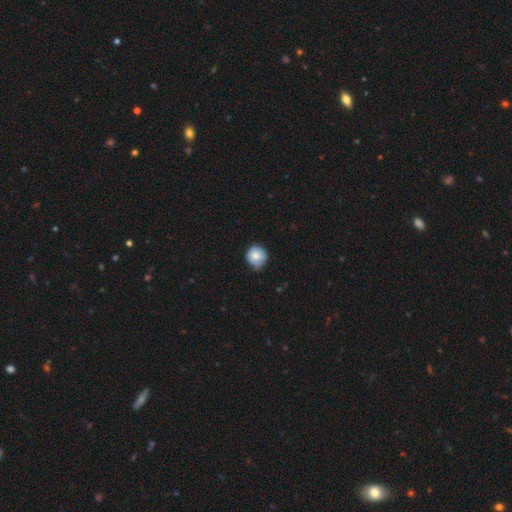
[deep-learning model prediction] Overall: smooth (76%). How rounded: round (87%). Merging: none (65%; minor disturbance 29%).